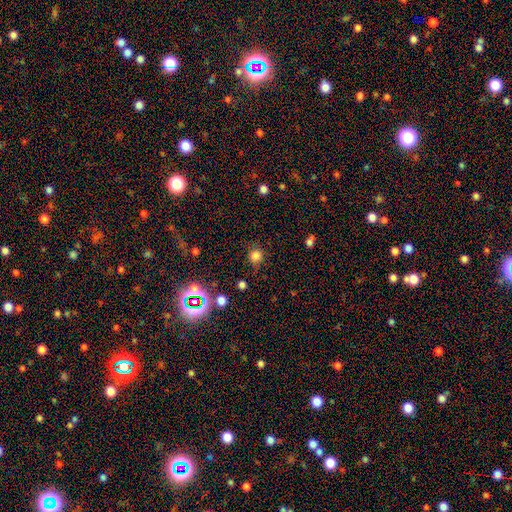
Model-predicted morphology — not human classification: type=smooth (76%); roundness=round (89%); merging=none (79%).